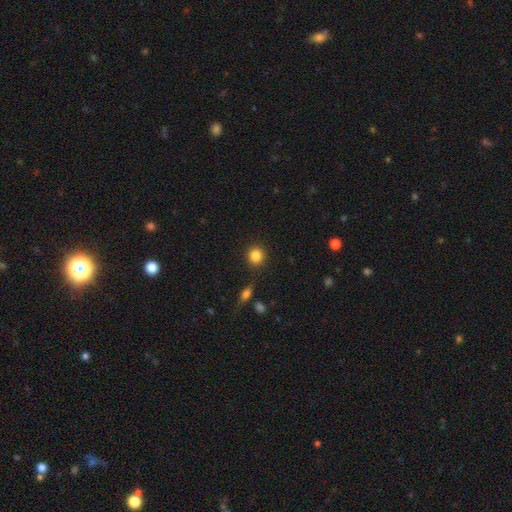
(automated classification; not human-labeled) Smooth or featured? Predicted: smooth (p=0.85). How rounded? Predicted: round (p=0.86). Merging? Predicted: none (p=0.88).